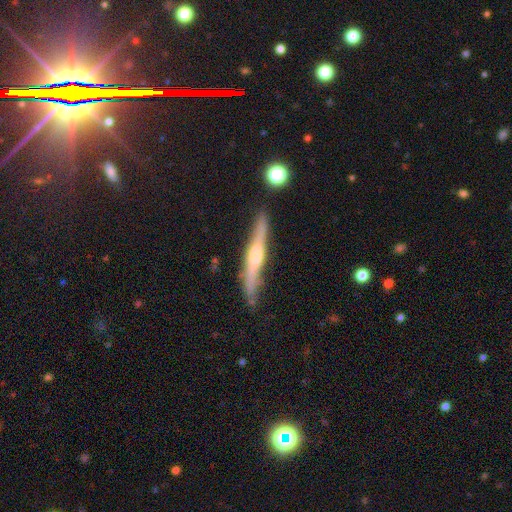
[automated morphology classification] Q: Smooth or featured?
A: featured or disk (64%); runner-up: smooth (30%)
Q: Edge-on disk?
A: yes (95%); runner-up: no (5%)
Q: Edge-on bulge?
A: rounded (68%); runner-up: boxy (18%)
Q: Merging?
A: none (81%); runner-up: minor disturbance (14%)